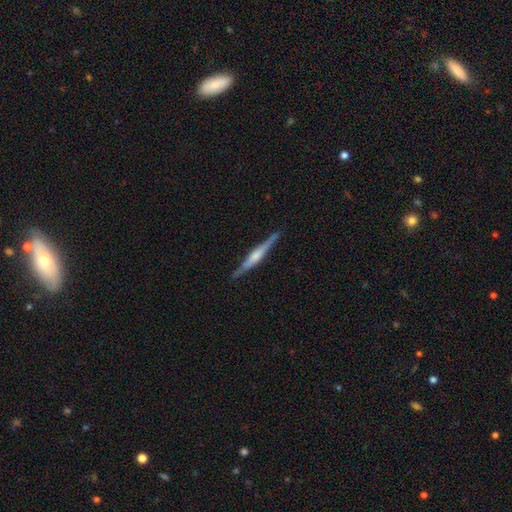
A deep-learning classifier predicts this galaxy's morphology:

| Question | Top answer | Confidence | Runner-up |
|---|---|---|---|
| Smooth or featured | featured or disk | 73% | smooth (22%) |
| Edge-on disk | yes | 98% | no (2%) |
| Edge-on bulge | rounded | 62% | boxy (26%) |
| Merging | none | 88% | minor disturbance (9%) |